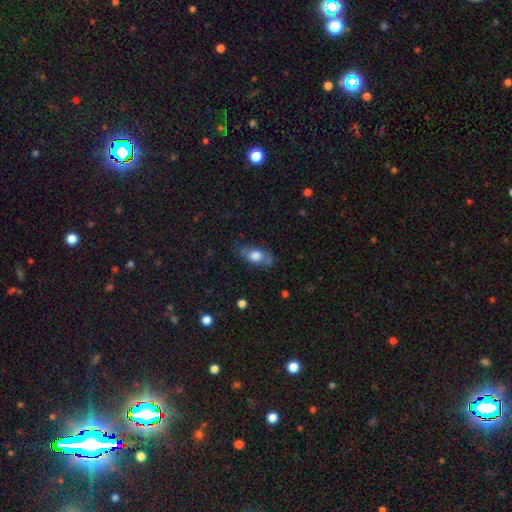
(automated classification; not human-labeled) Smooth or featured? Predicted: smooth (p=0.71). How rounded? Predicted: in between (p=0.81). Merging? Predicted: none (p=0.64).